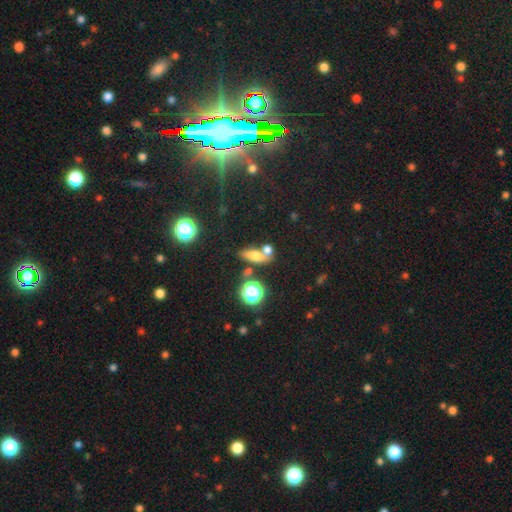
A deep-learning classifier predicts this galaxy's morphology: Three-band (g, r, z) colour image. It shows a smooth galaxy with no disk features (61%) that is in between round and cigar-shaped (55%). Merging: none (50%).